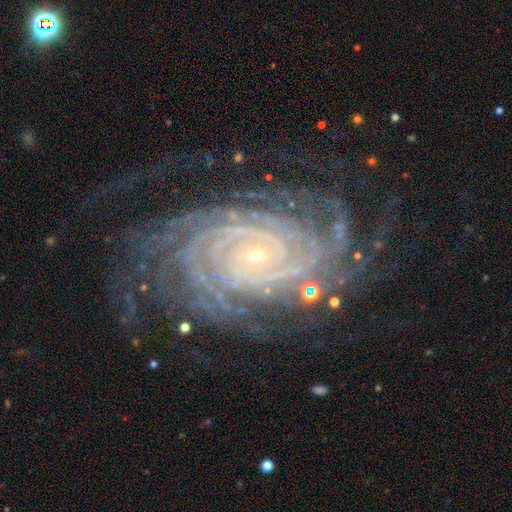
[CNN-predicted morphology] Smooth or featured: featured or disk — 92% (star or artifact — 5%)
Edge-on disk: no — 97% (yes — 3%)
Bar: no — 68% (weak — 20%)
Spiral arms: yes — 99% (no — 1%)
Spiral winding: tight — 87% (medium — 11%)
Spiral arm count: more than 4 — 31% (4 — 19%)
Bulge size: small — 88% (moderate — 8%)
Merging: none — 75% (minor disturbance — 16%)